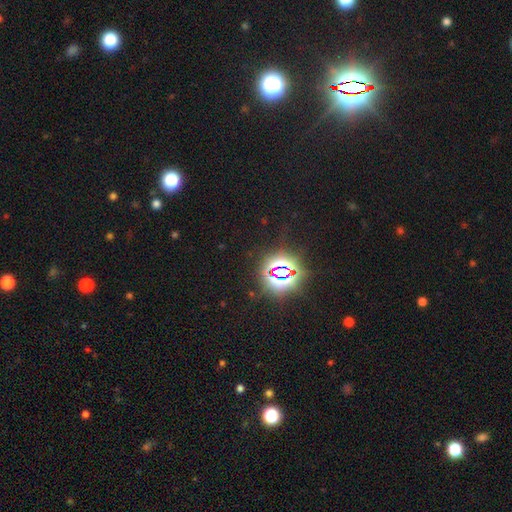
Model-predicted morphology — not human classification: Overall: star or artifact (81%).